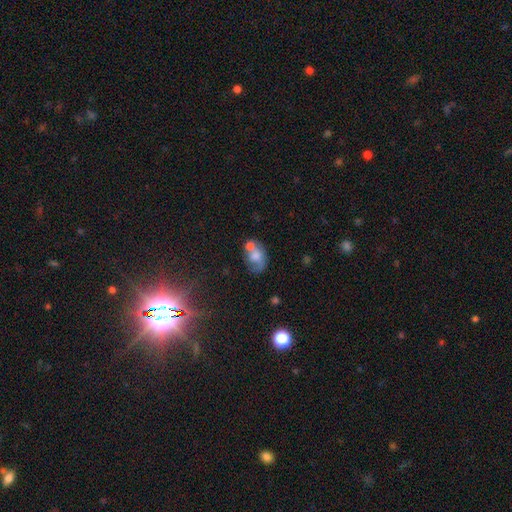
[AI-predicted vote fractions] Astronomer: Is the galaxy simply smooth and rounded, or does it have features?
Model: smooth — 57% (runner-up: featured or disk, 32%).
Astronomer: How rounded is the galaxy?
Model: in between — 71%.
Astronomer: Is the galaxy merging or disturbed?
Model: merger — 40% (runner-up: none, 29%).